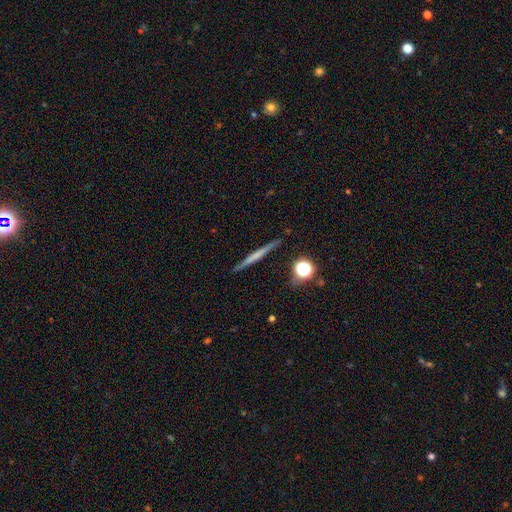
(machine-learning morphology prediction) Overall: featured or disk (51%; smooth 41%). Edge-on disk: yes (97%). Merging: none (90%).